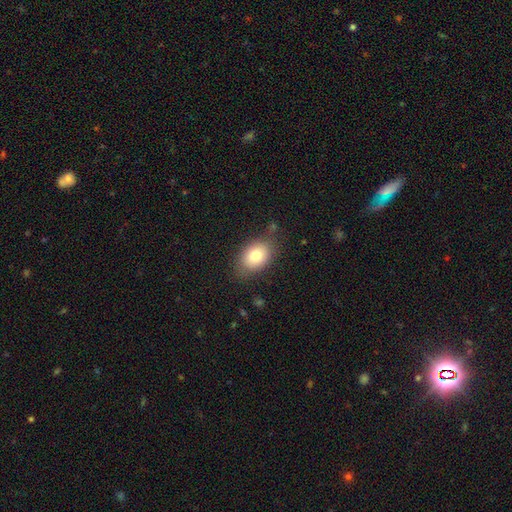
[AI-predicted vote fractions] The model was most divided on "merging": none: 76%, minor disturbance: 17%, major disturbance: 5%, merger: 2%. More confident: smooth or featured — smooth (80%); how rounded — in between (79%).